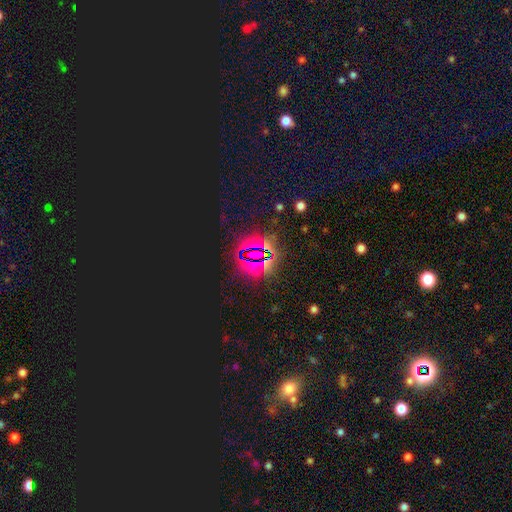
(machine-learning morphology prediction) smooth-or-featured: star or artifact: 83% | smooth: 9% | featured or disk: 8%